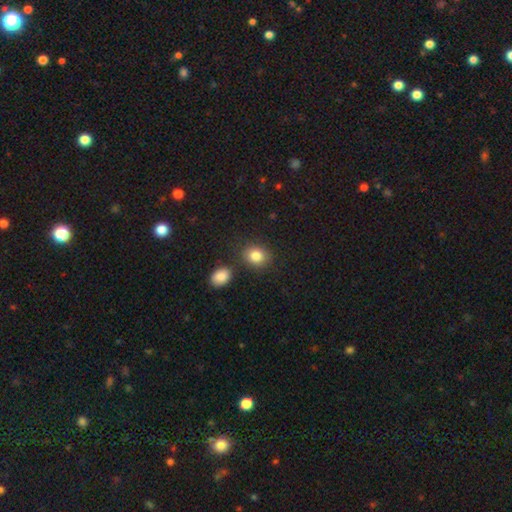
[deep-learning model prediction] Smooth or featured: smooth — 84% (star or artifact — 9%)
How rounded: round — 55% (in between — 44%)
Merging: none — 77% (minor disturbance — 10%)